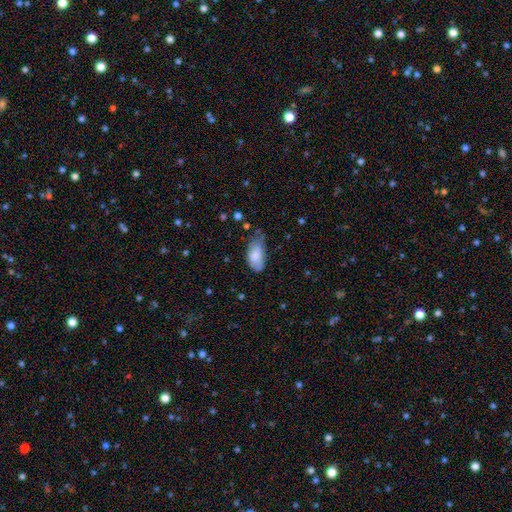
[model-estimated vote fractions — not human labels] Smooth or featured? Predicted: smooth (p=0.79). How rounded? Predicted: in between (p=0.93). Merging? Predicted: minor disturbance (p=0.44).